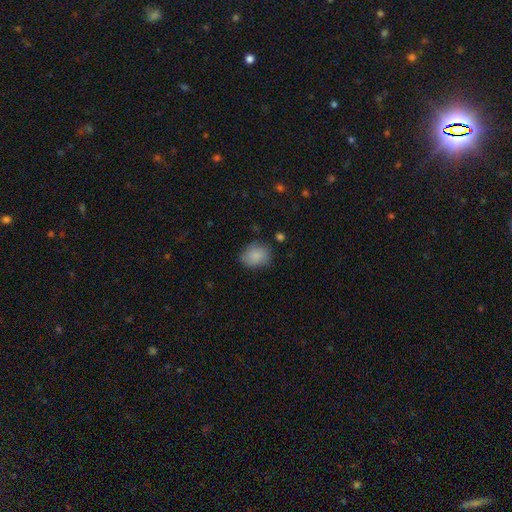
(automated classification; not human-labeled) Smooth or featured? smooth (85%)
How rounded? in between (56%)
Merging? none (73%)